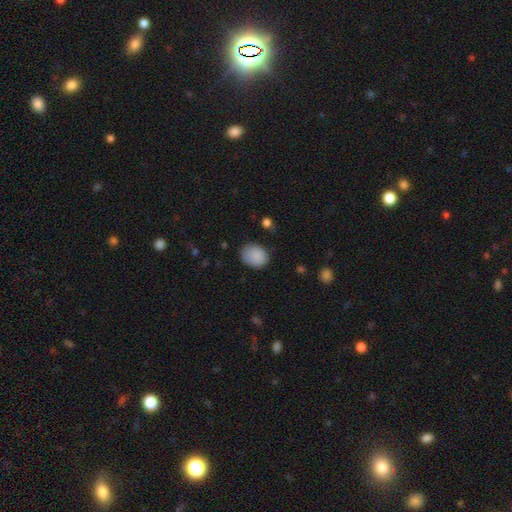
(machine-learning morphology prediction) A smooth galaxy with no disk features (88%) that is round (54%). Merging: none (78%).